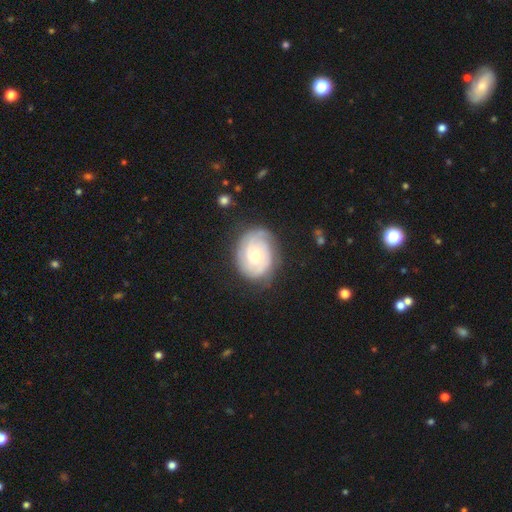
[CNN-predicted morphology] This appears to be a featured or disk galaxy (74%) with no bar (76%), 2 (38%) tight (70%) spiral arms (92%) and a small central bulge (55%). Merging: none (75%).